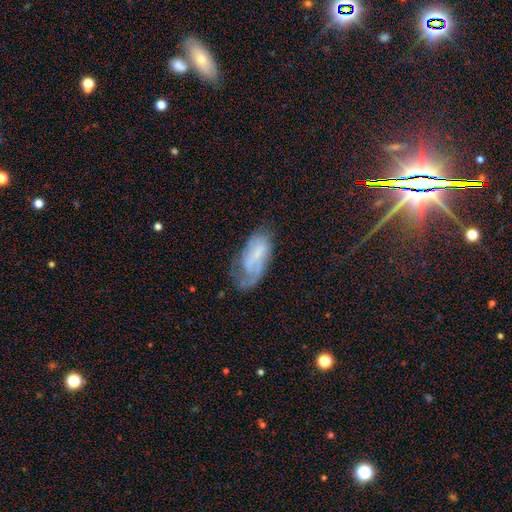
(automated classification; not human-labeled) smooth_or_featured: featured or disk (p=0.56) [alt: smooth p=0.35]
disk_edge_on: no (p=0.93) [alt: yes p=0.07]
bar: no (p=0.45) [alt: weak p=0.38]
has_spiral_arms: yes (p=0.72) [alt: no p=0.28]
bulge_size: none (p=0.40) [alt: small p=0.38]
merging: none (p=0.41) [alt: minor disturbance p=0.30]